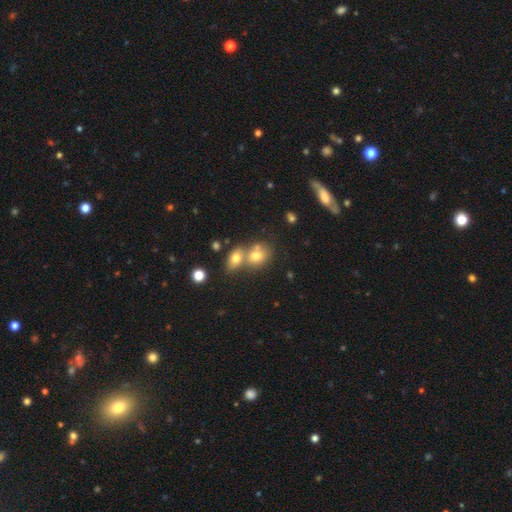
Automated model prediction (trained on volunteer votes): smooth 71%, featured or disk 17%, star or artifact 13%. Down the decision tree: how rounded — in between (57%); merging — merger (52%).